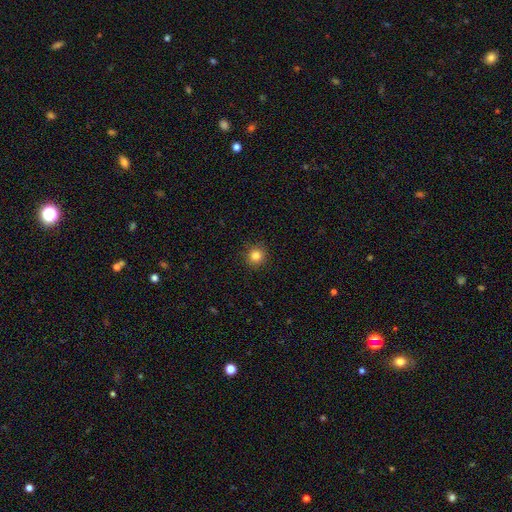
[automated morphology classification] smooth-or-featured: smooth: 82% | star or artifact: 12% | featured or disk: 5%
  how-rounded: round: 93% | in between: 6% | cigar-shaped: 1%
  merging: none: 91% | minor disturbance: 6% | major disturbance: 2% | merger: 1%